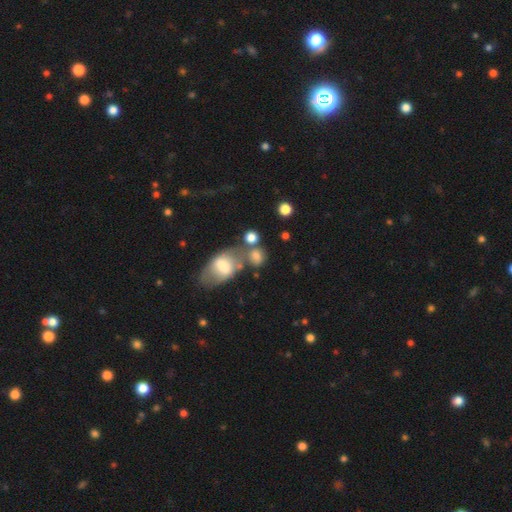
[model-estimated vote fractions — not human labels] Smooth or featured: smooth — 74% (featured or disk — 15%)
How rounded: round — 52% (in between — 45%)
Merging: none — 43% (merger — 34%)